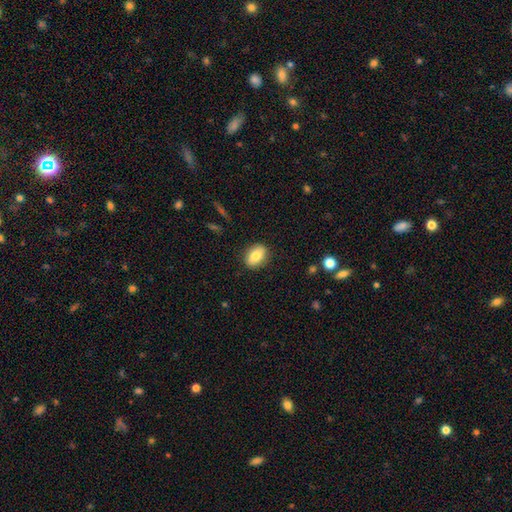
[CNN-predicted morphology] Smooth or featured?
  - smooth: 78% *
  - featured or disk: 14%
  - star or artifact: 7%
How rounded?
  - in between: 79% *
  - round: 19%
  - cigar-shaped: 2%
Merging?
  - none: 85% *
  - minor disturbance: 11%
  - major disturbance: 3%
  - merger: 1%